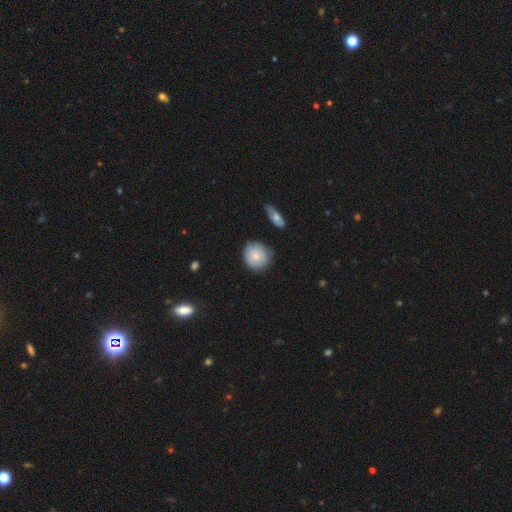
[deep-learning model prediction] A smooth galaxy with no disk features (77%) that is round (87%). Merging: none (72%).